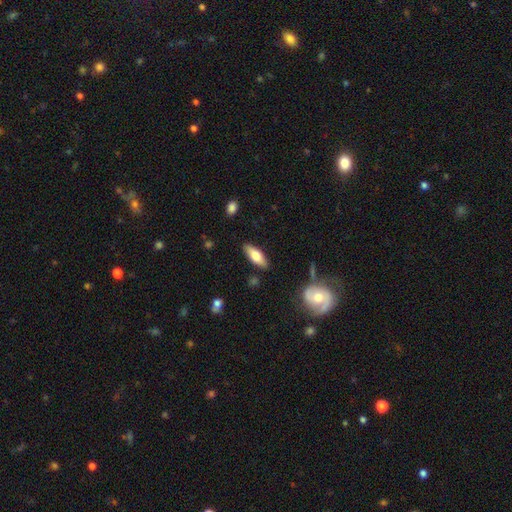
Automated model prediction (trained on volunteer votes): Smooth or featured? smooth (68%)
How rounded? in between (65%)
Merging? none (86%)